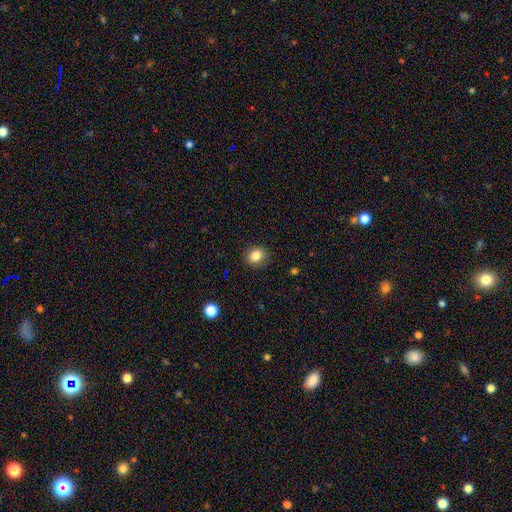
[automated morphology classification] Overall: smooth (84%). How rounded: round (64%; in between 35%). Merging: none (89%).